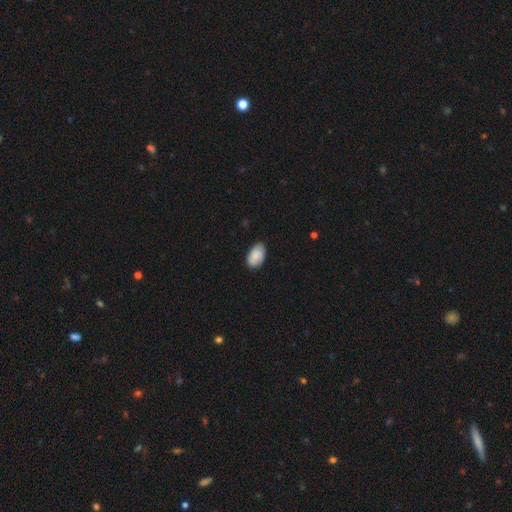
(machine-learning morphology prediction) A smooth galaxy with no disk features (87%) that is in between round and cigar-shaped (93%). Merging: none (78%).